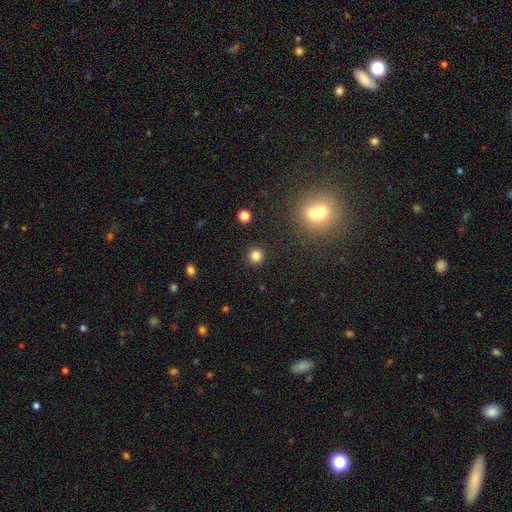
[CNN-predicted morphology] Smooth or featured? Predicted: smooth (p=0.82). How rounded? Predicted: round (p=0.93). Merging? Predicted: none (p=0.91).